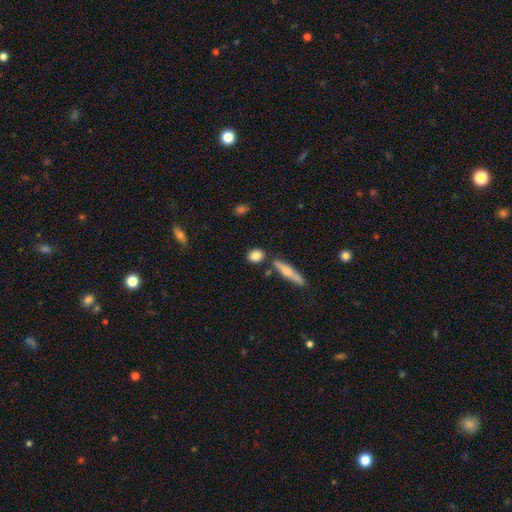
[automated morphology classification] Smooth or featured? smooth (83%)
How rounded? round (53%)
Merging? none (77%)